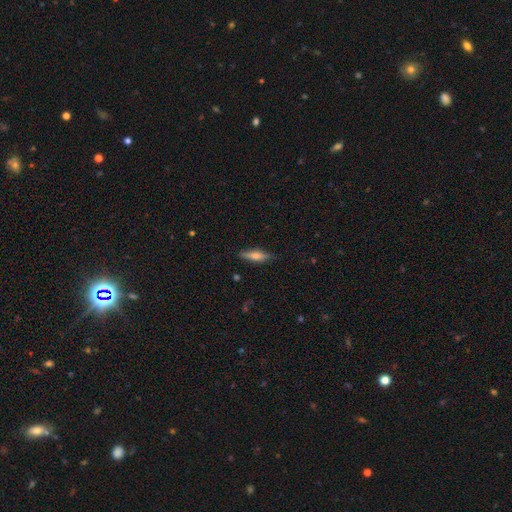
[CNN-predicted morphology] Smooth or featured? smooth (53%)
How rounded? cigar-shaped (68%)
Merging? none (84%)